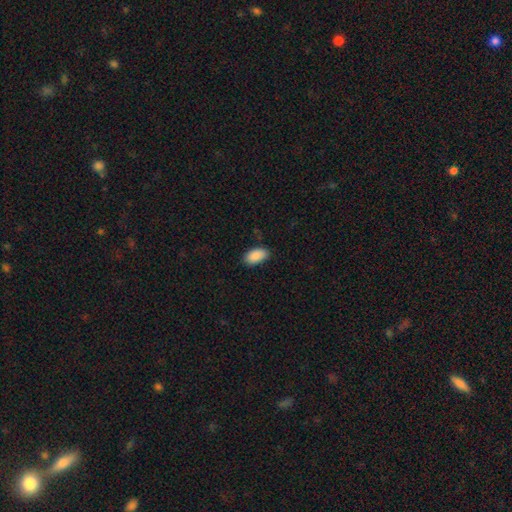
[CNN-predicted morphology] smooth-or-featured: smooth: 91% | star or artifact: 6% | featured or disk: 3%
  how-rounded: in between: 95% | round: 3% | cigar-shaped: 2%
  merging: none: 85% | minor disturbance: 12% | major disturbance: 2% | merger: 1%